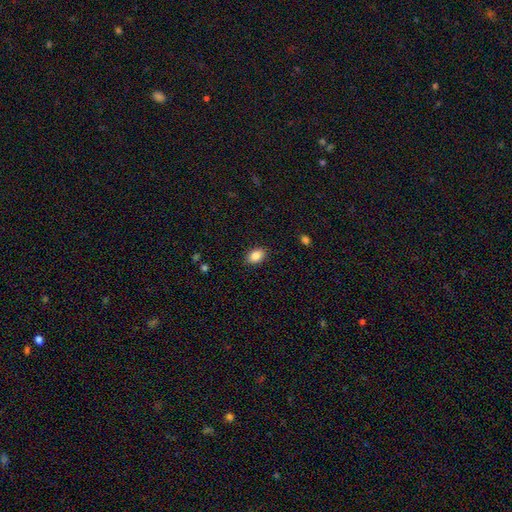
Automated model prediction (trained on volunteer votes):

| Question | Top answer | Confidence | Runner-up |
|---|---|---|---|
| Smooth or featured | smooth | 87% | star or artifact (8%) |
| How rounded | in between | 84% | round (15%) |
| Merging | none | 88% | minor disturbance (9%) |